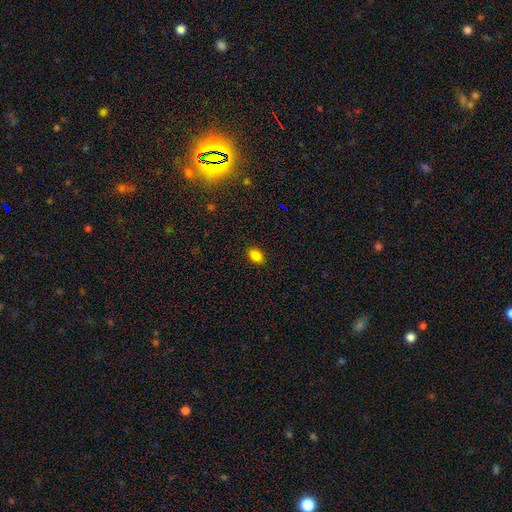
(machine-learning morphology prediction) Smooth or featured? Predicted: smooth (p=0.85). How rounded? Predicted: in between (p=0.84). Merging? Predicted: none (p=0.88).